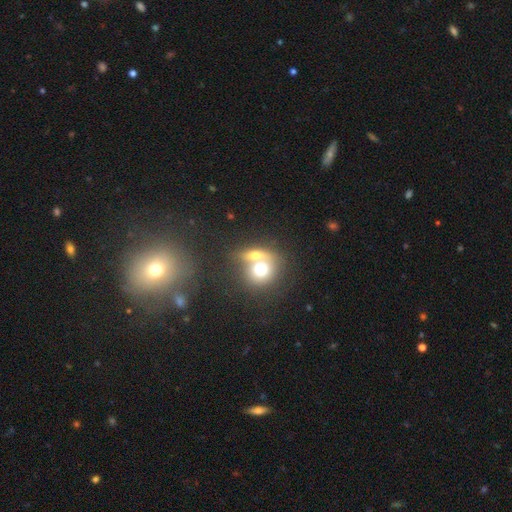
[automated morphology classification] type=smooth (65%); roundness=round (69%); merging=merger (64%).